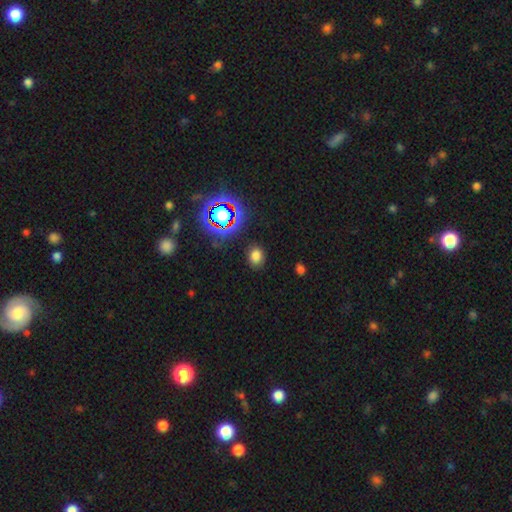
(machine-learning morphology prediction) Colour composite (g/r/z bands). It shows a smooth galaxy with no disk features (74%) that is round (54%). Merging: none (85%).